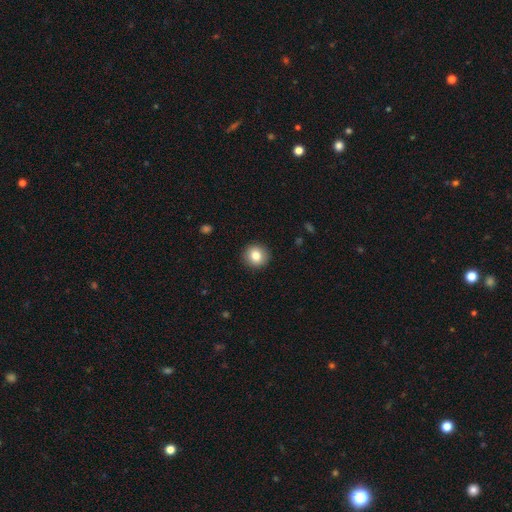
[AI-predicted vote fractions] This is clearly a smooth galaxy (83%). How rounded: clearly round (91%). Merging: clearly none (92%).